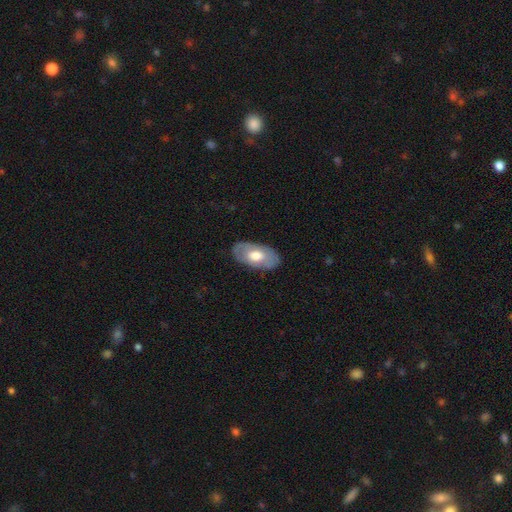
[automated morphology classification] Smooth or featured: smooth — 54% (featured or disk — 41%)
How rounded: in between — 93% (round — 4%)
Merging: none — 82% (minor disturbance — 13%)